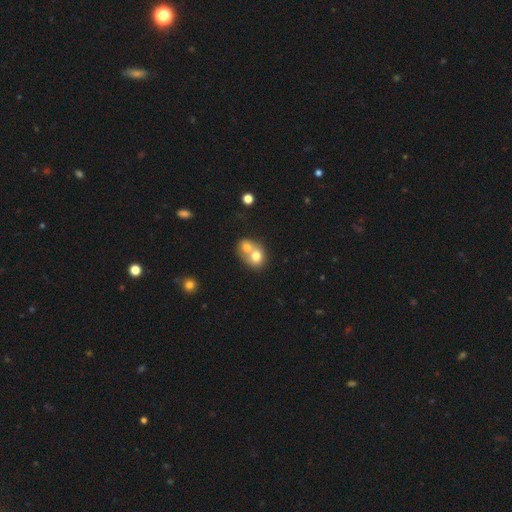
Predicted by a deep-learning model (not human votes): Smooth or featured? Predicted: smooth (p=0.71). How rounded? Predicted: round (p=0.61). Merging? Predicted: merger (p=0.72).